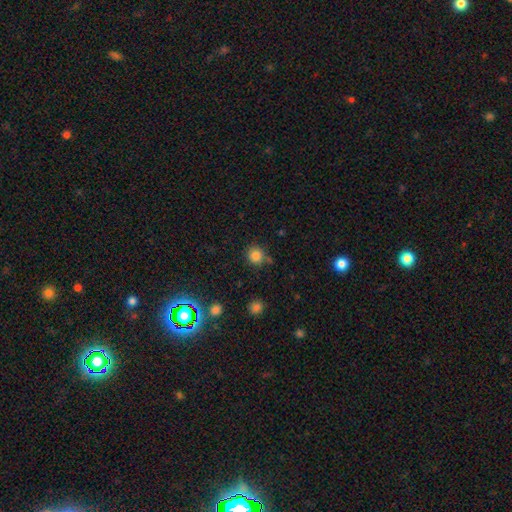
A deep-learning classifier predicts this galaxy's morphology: A smooth galaxy with no disk features (83%) that is round (91%). Merging: none (75%).